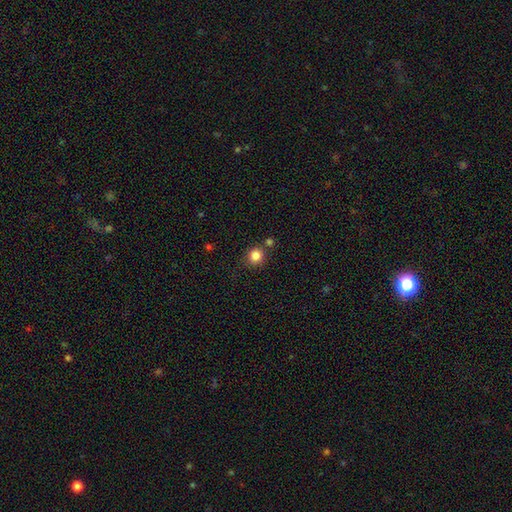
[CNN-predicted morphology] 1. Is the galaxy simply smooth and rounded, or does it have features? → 84% smooth, 11% star or artifact, 5% featured or disk.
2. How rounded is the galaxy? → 88% round, 11% in between, 1% cigar-shaped.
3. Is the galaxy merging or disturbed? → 77% none, 10% merger, 9% minor disturbance, 3% major disturbance.